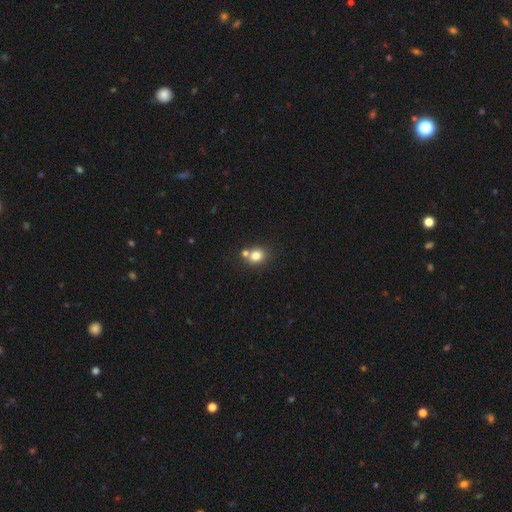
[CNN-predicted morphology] A smooth galaxy with no disk features (79%) that is round (70%).

Vote fractions:
- Smooth or featured? smooth: 79% / star or artifact: 12% / featured or disk: 9%
- How rounded? round: 70% / in between: 29% / cigar-shaped: 1%
- Merging? none: 59% / merger: 28% / minor disturbance: 10% / major disturbance: 3%